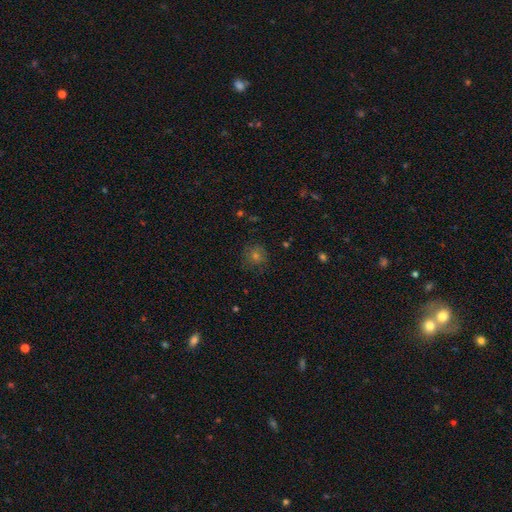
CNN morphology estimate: Smooth or featured? smooth (55%)
How rounded? round (91%)
Merging? none (83%)